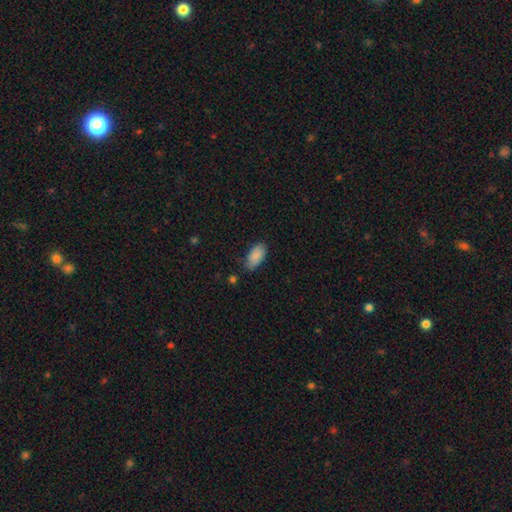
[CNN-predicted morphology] smooth_or_featured: smooth (p=0.88) [alt: star or artifact p=0.07]
how_rounded: in between (p=0.93) [alt: cigar-shaped p=0.05]
merging: none (p=0.76) [alt: minor disturbance p=0.18]